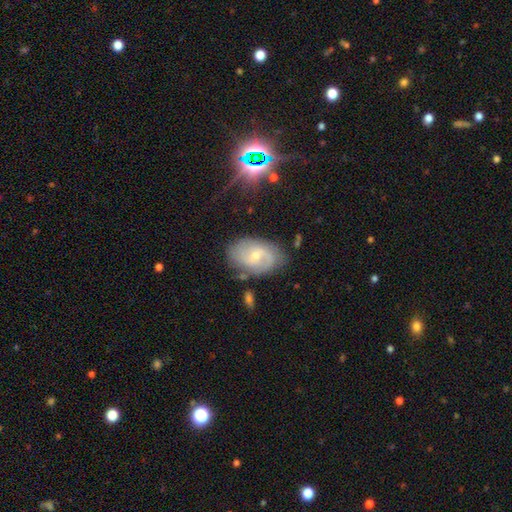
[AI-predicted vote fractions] This appears to be a featured or disk galaxy (71%) with a weak bar (51%), 2 (70%) medium (44%) spiral arms (88%) and a small central bulge (60%). Merging: none (74%).